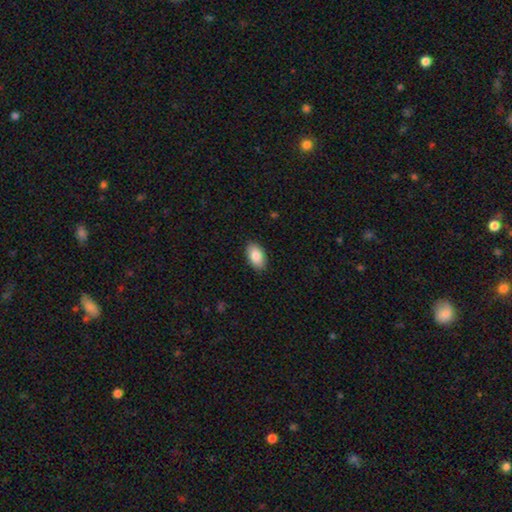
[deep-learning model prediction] Q: Smooth or featured?
A: smooth (87%); runner-up: star or artifact (6%)
Q: How rounded?
A: in between (94%); runner-up: round (4%)
Q: Merging?
A: none (88%); runner-up: minor disturbance (9%)